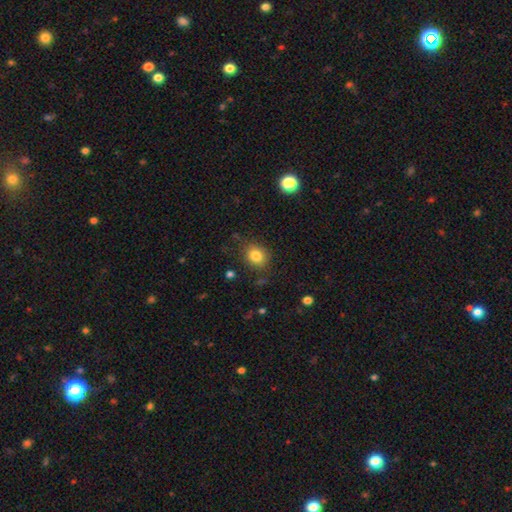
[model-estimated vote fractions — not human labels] Smooth or featured? Predicted: smooth (p=0.82). How rounded? Predicted: round (p=0.70). Merging? Predicted: none (p=0.82).